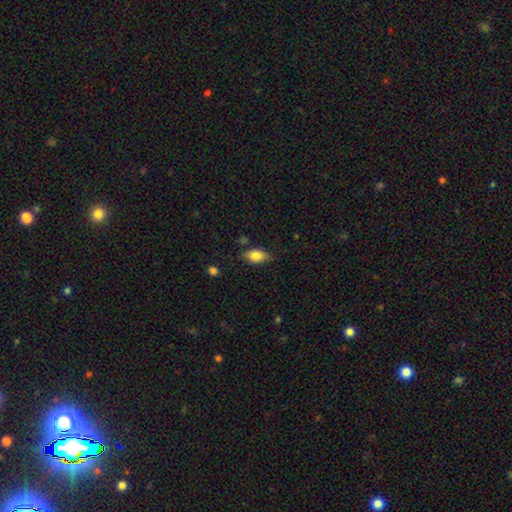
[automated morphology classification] A smooth galaxy with no disk features (79%) that is in between round and cigar-shaped (86%). Merging: none (72%).